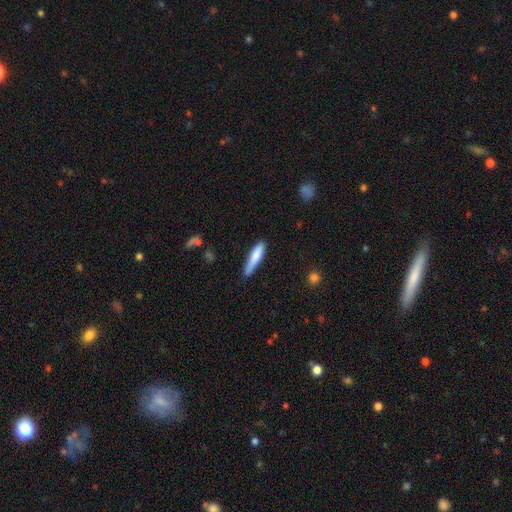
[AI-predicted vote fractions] smooth_or_featured: smooth (p=0.78) [alt: featured or disk p=0.16]
how_rounded: cigar-shaped (p=0.83) [alt: in between p=0.15]
merging: none (p=0.68) [alt: minor disturbance p=0.25]